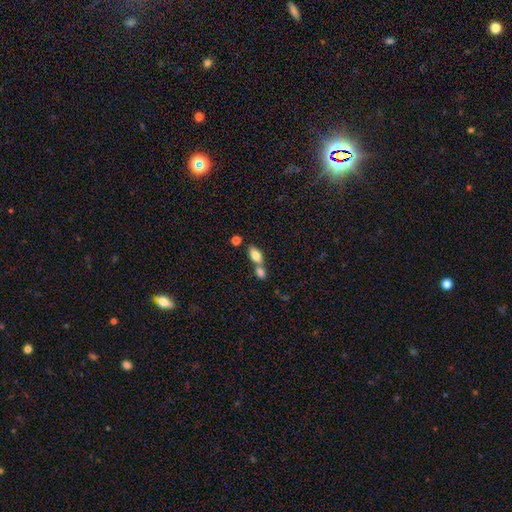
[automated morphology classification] Smooth or featured? smooth (81%)
How rounded? in between (88%)
Merging? merger (48%)